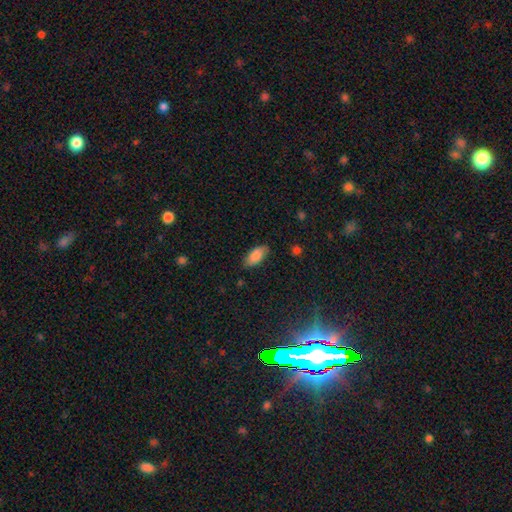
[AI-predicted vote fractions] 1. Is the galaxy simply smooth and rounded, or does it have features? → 84% smooth, 9% featured or disk, 7% star or artifact.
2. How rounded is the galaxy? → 89% in between, 8% cigar-shaped, 2% round.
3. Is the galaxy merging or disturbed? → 81% none, 15% minor disturbance, 3% major disturbance, 1% merger.